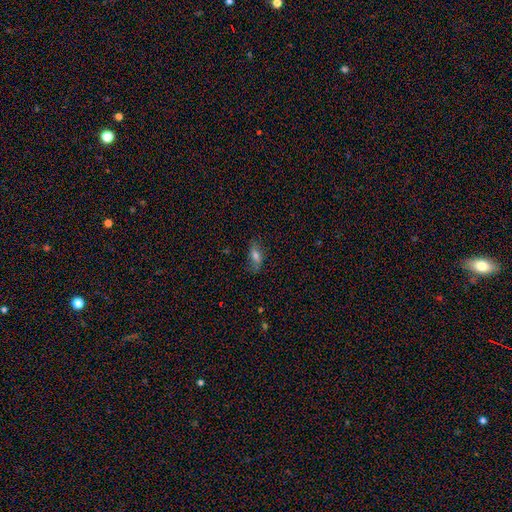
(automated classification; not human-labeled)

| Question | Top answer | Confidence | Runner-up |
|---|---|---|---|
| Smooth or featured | smooth | 63% | featured or disk (26%) |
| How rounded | in between | 79% | cigar-shaped (16%) |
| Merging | none | 72% | minor disturbance (20%) |